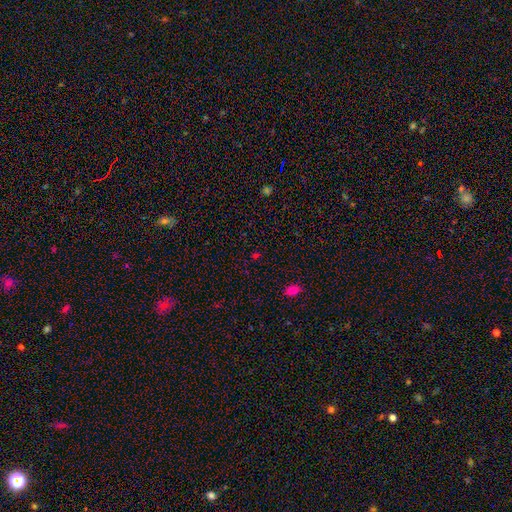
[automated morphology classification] type=smooth (48%); merging=none (82%).